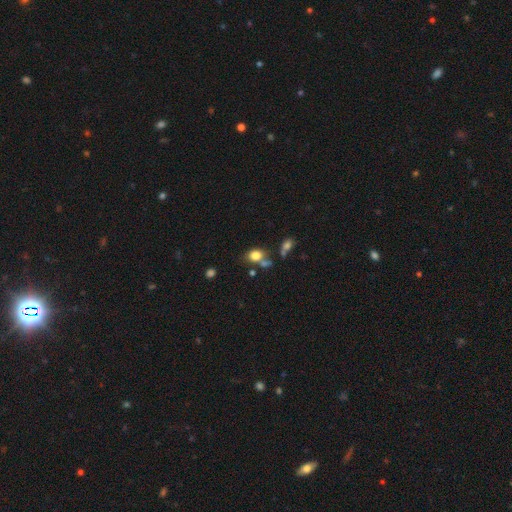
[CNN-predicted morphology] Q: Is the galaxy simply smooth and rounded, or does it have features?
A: smooth — 80%.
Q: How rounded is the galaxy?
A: in between — 59%.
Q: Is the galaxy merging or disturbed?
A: none — 53%.